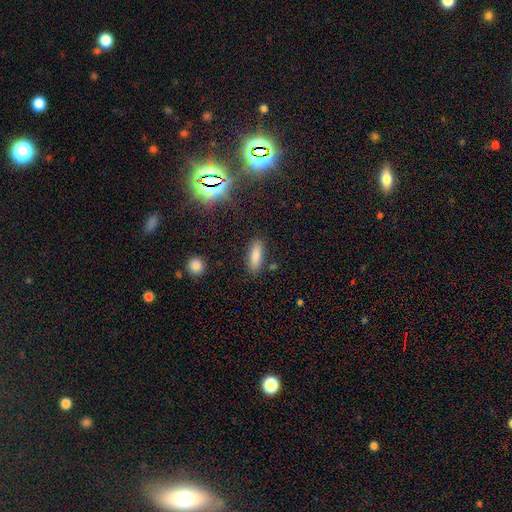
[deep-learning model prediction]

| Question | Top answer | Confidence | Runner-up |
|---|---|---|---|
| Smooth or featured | smooth | 83% | star or artifact (9%) |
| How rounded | in between | 62% | cigar-shaped (35%) |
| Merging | none | 84% | minor disturbance (10%) |